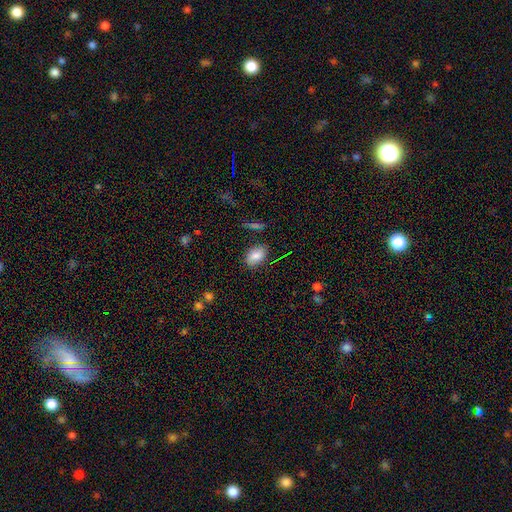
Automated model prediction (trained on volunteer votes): Smooth or featured?
  - smooth: 82% *
  - featured or disk: 9%
  - star or artifact: 9%
How rounded?
  - in between: 86% *
  - round: 12%
  - cigar-shaped: 2%
Merging?
  - none: 79% *
  - minor disturbance: 15%
  - major disturbance: 3%
  - merger: 3%